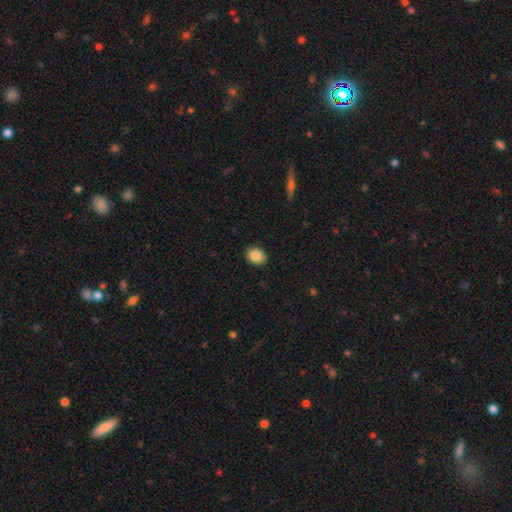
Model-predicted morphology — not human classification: smooth_or_featured: smooth (p=0.86) [alt: star or artifact p=0.08]
how_rounded: in between (p=0.57) [alt: round p=0.42]
merging: none (p=0.90) [alt: minor disturbance p=0.07]